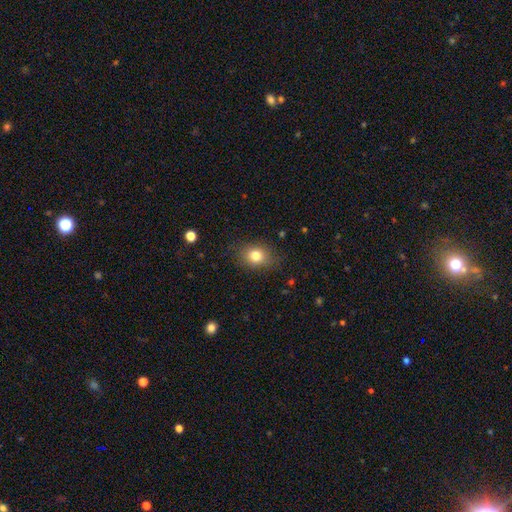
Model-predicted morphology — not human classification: A smooth galaxy with no disk features (80%) that is in between round and cigar-shaped (53%).

Vote fractions:
- Smooth or featured? smooth: 80% / star or artifact: 11% / featured or disk: 9%
- How rounded? in between: 53% / round: 46% / cigar-shaped: 1%
- Merging? none: 82% / minor disturbance: 13% / major disturbance: 4% / merger: 1%